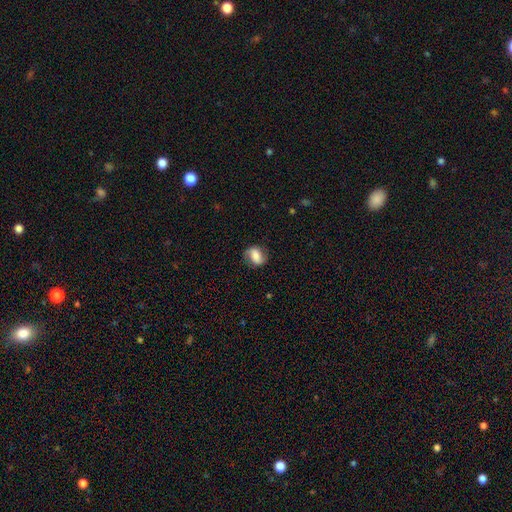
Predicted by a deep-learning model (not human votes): A smooth galaxy with no disk features (58%) that is in between round and cigar-shaped (62%).

Vote fractions:
- Smooth or featured? smooth: 58% / featured or disk: 33% / star or artifact: 9%
- How rounded? in between: 62% / round: 36% / cigar-shaped: 2%
- Merging? none: 76% / minor disturbance: 17% / major disturbance: 6% / merger: 1%